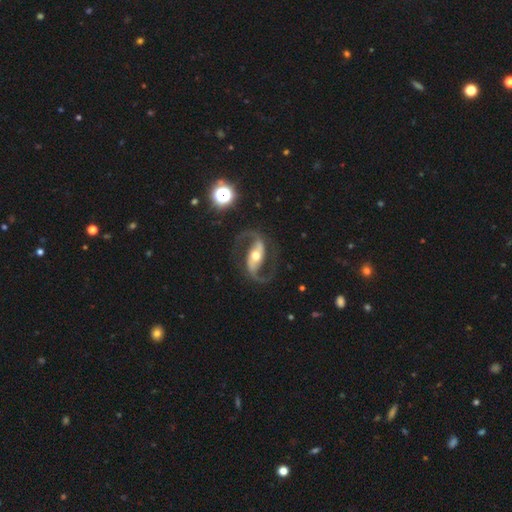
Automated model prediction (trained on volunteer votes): Overall: featured or disk (92%). Edge-on disk: no (97%). Bar: strong (47%; weak 31%). Spiral arms: yes (97%). Spiral arm count: 2 (94%). Spiral winding: loose (49%; medium 43%). Bulge size: moderate (68%). Merging: none (81%).